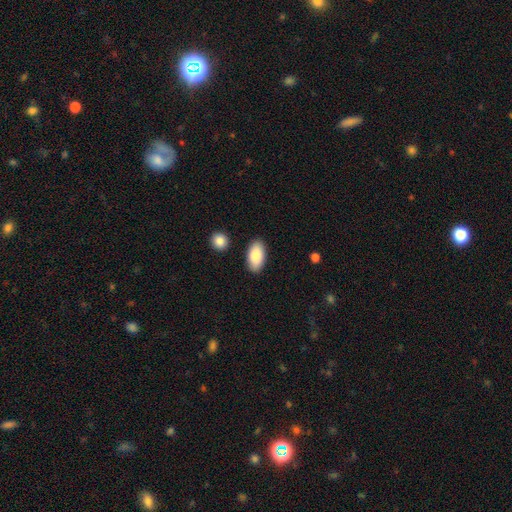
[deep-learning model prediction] Smooth or featured? Predicted: smooth (p=0.86). How rounded? Predicted: in between (p=0.94). Merging? Predicted: none (p=0.88).